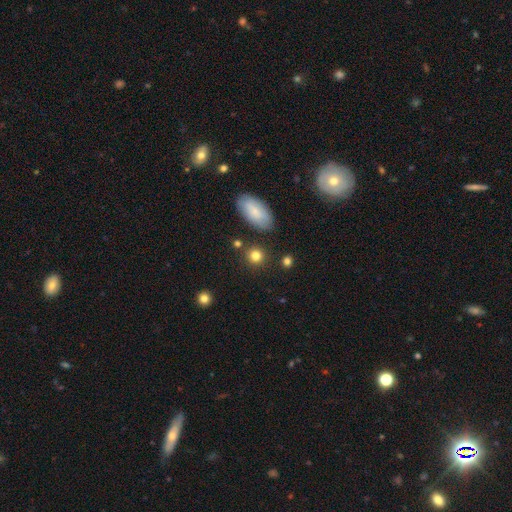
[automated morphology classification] A smooth galaxy with no disk features (83%) that is round (86%).

Vote fractions:
- Smooth or featured? smooth: 83% / star or artifact: 11% / featured or disk: 6%
- How rounded? round: 86% / in between: 12% / cigar-shaped: 1%
- Merging? none: 84% / minor disturbance: 8% / merger: 5% / major disturbance: 3%